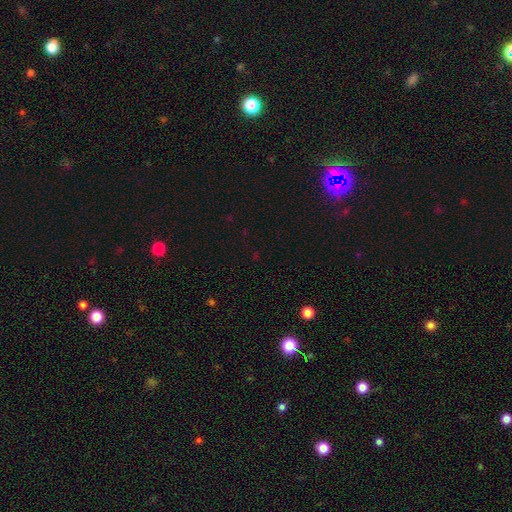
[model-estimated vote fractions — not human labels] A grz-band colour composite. It shows a star or artifact, not a galaxy (68%).